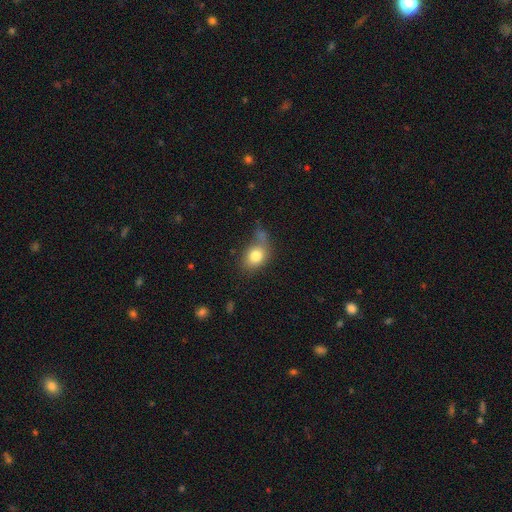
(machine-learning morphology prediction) Overall: smooth (78%). How rounded: in between (59%; round 40%). Merging: none (44%; minor disturbance 26%).